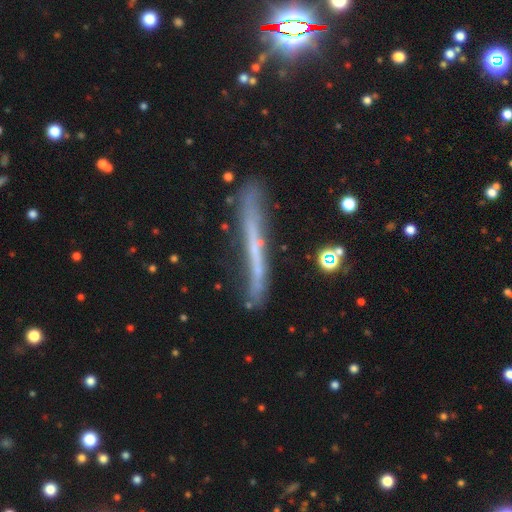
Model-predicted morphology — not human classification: Smooth or featured? Predicted: featured or disk (p=0.57). Edge-on disk? Predicted: yes (p=0.87). Merging? Predicted: none (p=0.69).